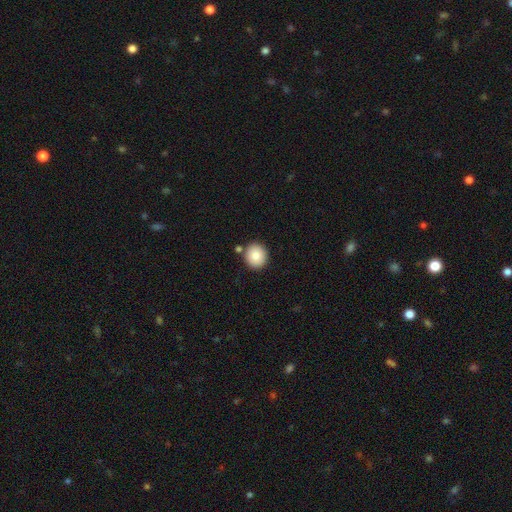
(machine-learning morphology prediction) This appears to be a smooth galaxy with no disk features (85%) that is round (86%). Merging: none (82%).